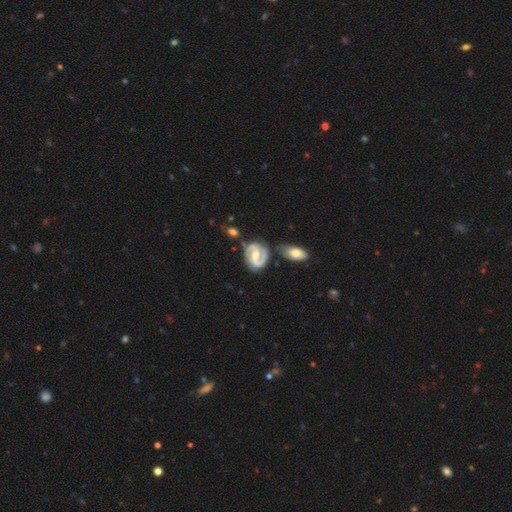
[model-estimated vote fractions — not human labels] The model was most divided on "bar": weak: 43%, strong: 33%, no: 24%. More confident: edge-on disk — no (98%); spiral arms — yes (97%); spiral arm count — 2 (93%); smooth or featured — featured or disk (89%); merging — none (72%); bulge size — moderate (55%); spiral winding — medium (51%).